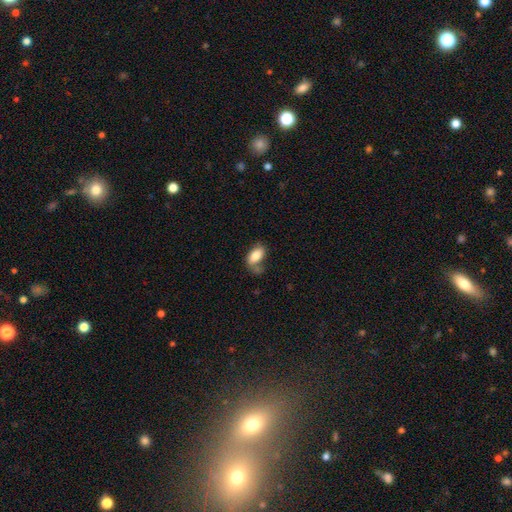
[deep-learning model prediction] Morphology: type=smooth (79%); roundness=in between (92%); merging=none (43%).